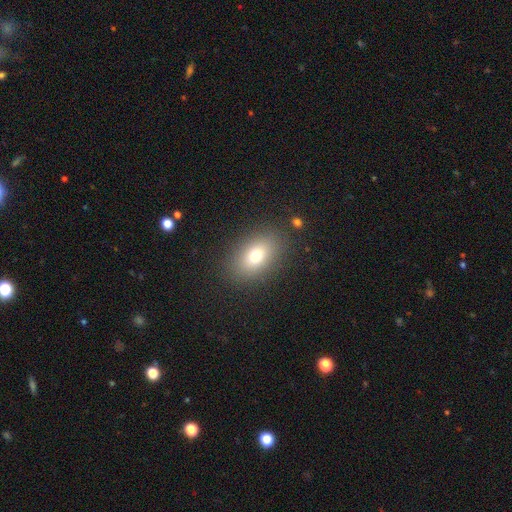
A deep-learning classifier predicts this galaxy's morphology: Smooth or featured?
  - smooth: 73% *
  - featured or disk: 14%
  - star or artifact: 13%
How rounded?
  - in between: 81% *
  - round: 18%
  - cigar-shaped: 2%
Merging?
  - none: 86% *
  - minor disturbance: 9%
  - major disturbance: 4%
  - merger: 1%